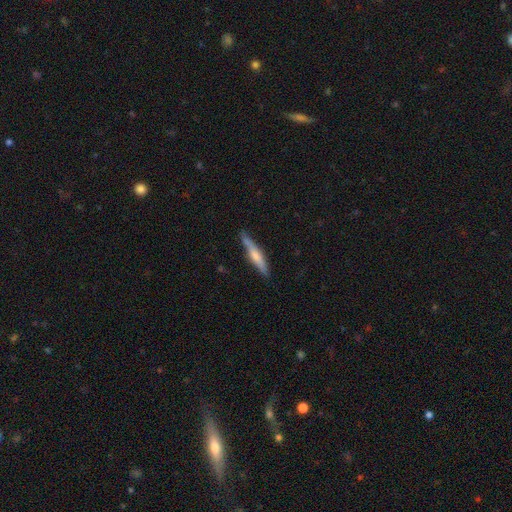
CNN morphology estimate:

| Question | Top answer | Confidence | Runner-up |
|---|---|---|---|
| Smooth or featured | smooth | 51% | featured or disk (43%) |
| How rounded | cigar-shaped | 90% | in between (9%) |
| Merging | none | 81% | minor disturbance (15%) |